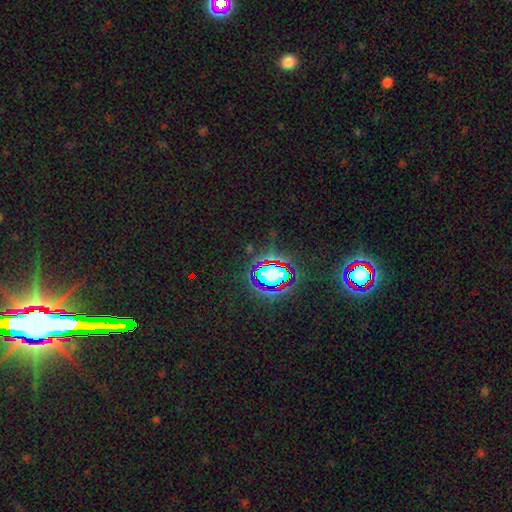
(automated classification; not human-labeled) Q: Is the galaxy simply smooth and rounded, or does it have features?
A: star or artifact — 82%.